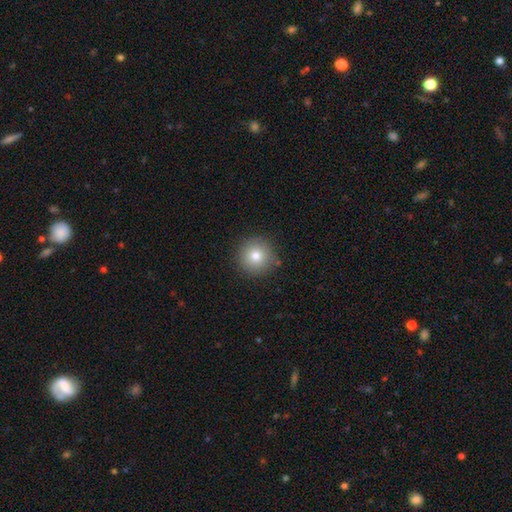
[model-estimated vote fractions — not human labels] Overall: smooth (78%). How rounded: round (95%). Merging: none (88%).